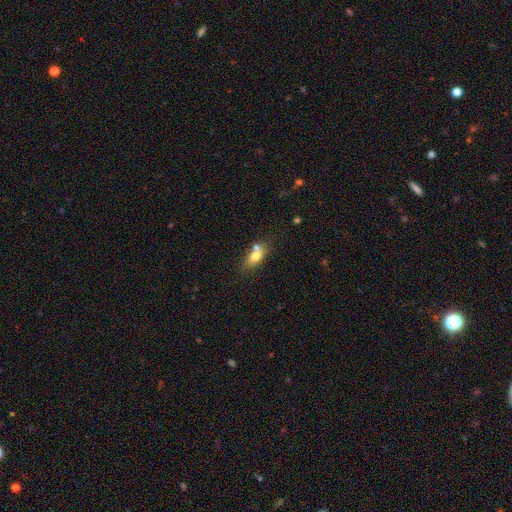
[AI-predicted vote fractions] The model was most divided on "merging": none: 52%, merger: 29%, minor disturbance: 14%, major disturbance: 5%. More confident: how rounded — in between (79%); smooth or featured — smooth (73%).